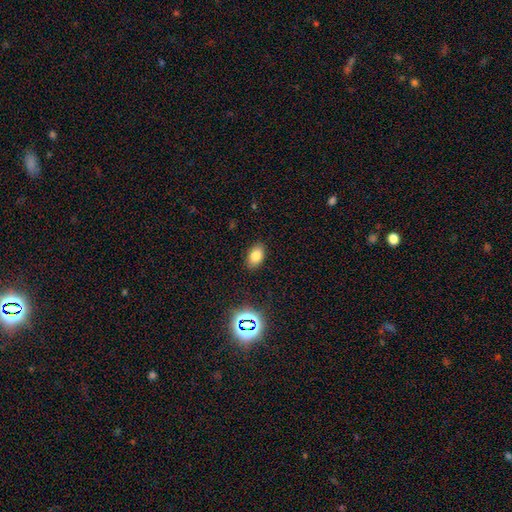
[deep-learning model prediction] Smooth or featured?
  - smooth: 78% *
  - star or artifact: 14%
  - featured or disk: 9%
How rounded?
  - in between: 89% *
  - round: 9%
  - cigar-shaped: 2%
Merging?
  - none: 86% *
  - minor disturbance: 10%
  - major disturbance: 3%
  - merger: 1%